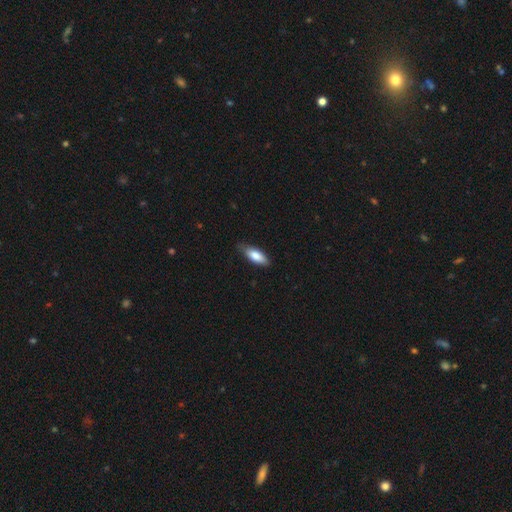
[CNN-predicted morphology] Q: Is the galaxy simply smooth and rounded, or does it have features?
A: smooth — 80%.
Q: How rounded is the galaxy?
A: in between — 70%.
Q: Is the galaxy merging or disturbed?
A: none — 74%.